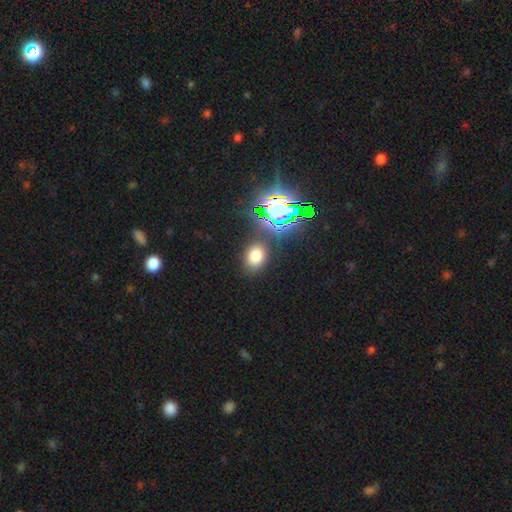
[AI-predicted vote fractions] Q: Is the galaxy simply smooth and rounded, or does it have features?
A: smooth — 70%.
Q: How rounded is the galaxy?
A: in between — 63%.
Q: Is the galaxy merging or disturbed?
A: none — 82%.